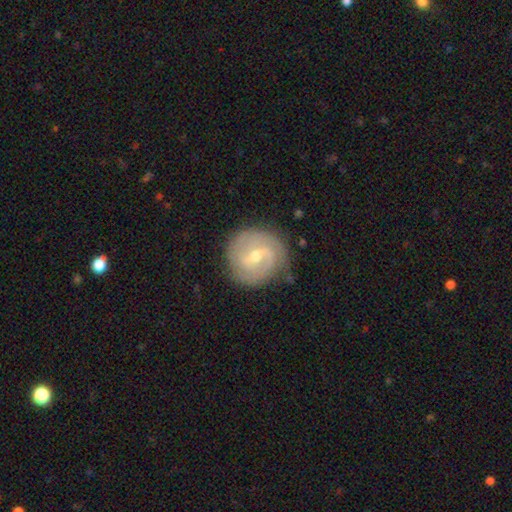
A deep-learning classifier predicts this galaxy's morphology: Smooth or featured? featured or disk (81%)
Edge-on disk? no (97%)
Bar? weak (58%)
Spiral arms? yes (93%)
Spiral winding? tight (58%)
Spiral arm count? 2 (56%)
Bulge size? moderate (53%)
Merging? none (81%)